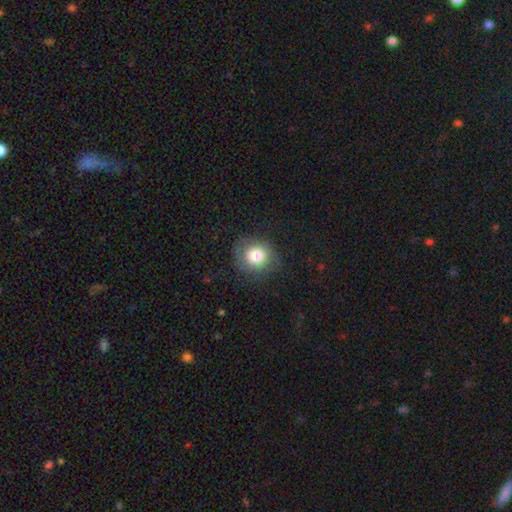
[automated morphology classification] This is likely a smooth galaxy (76%). How rounded: clearly round (85%). Merging: likely none (75%).